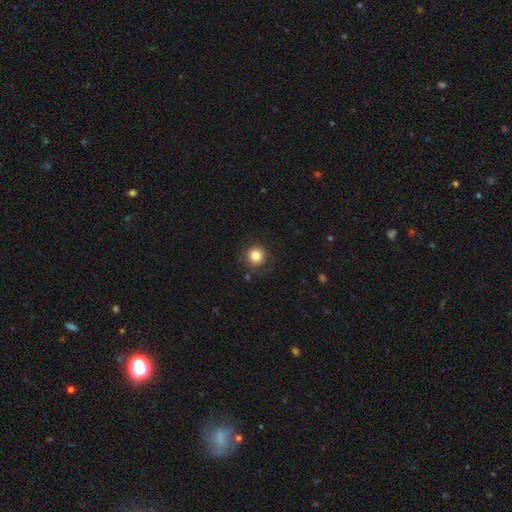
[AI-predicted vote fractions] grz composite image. It shows a smooth galaxy with no disk features (83%) that is round (94%). Merging: none (84%).